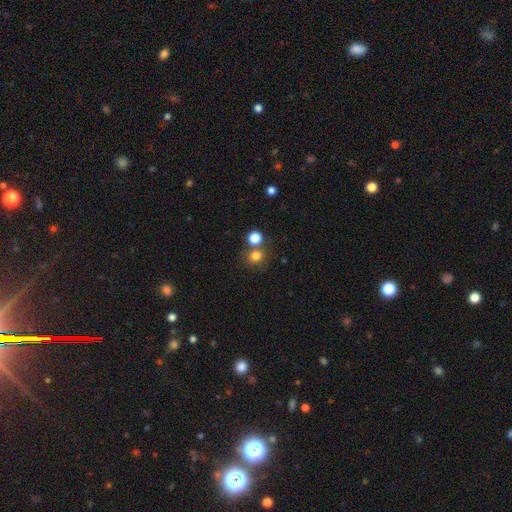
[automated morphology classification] This appears to be a smooth galaxy with no disk features (78%) that is round (88%). Merging: none (67%).